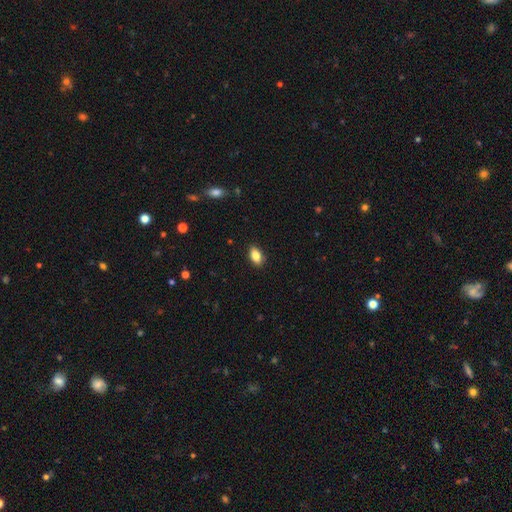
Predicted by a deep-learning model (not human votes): Morphology: type=smooth (85%); roundness=in between (89%); merging=none (88%).